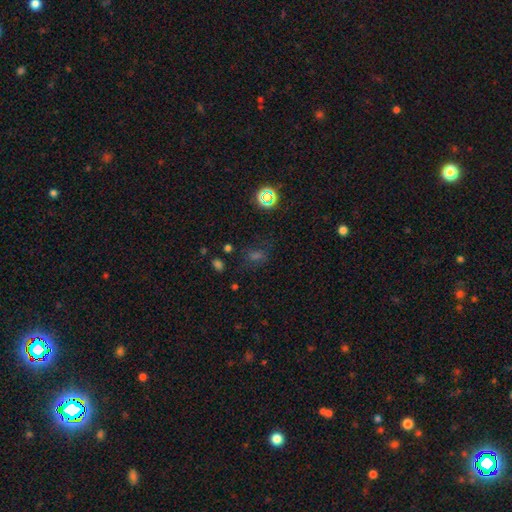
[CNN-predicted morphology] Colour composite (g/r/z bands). It shows a star or artifact, not a galaxy (44%).